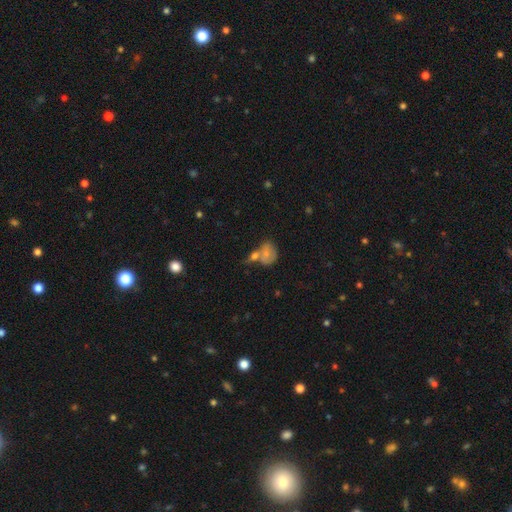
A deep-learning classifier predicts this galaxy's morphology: Q: Smooth or featured?
A: smooth (56%); runner-up: featured or disk (28%)
Q: How rounded?
A: in between (55%); runner-up: round (42%)
Q: Merging?
A: none (38%); runner-up: merger (37%)